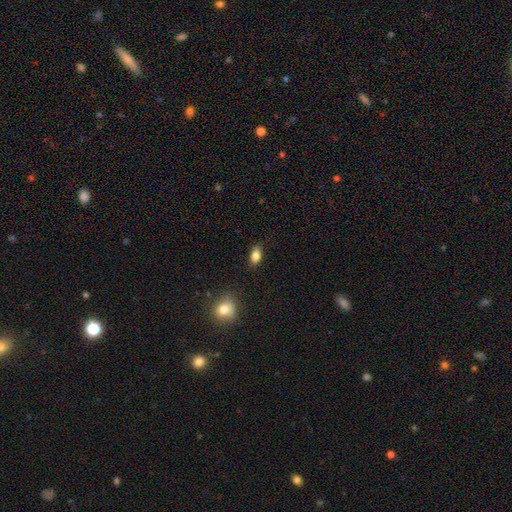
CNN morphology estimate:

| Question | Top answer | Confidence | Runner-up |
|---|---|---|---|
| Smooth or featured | smooth | 83% | star or artifact (9%) |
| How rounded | in between | 86% | round (10%) |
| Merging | none | 82% | minor disturbance (13%) |